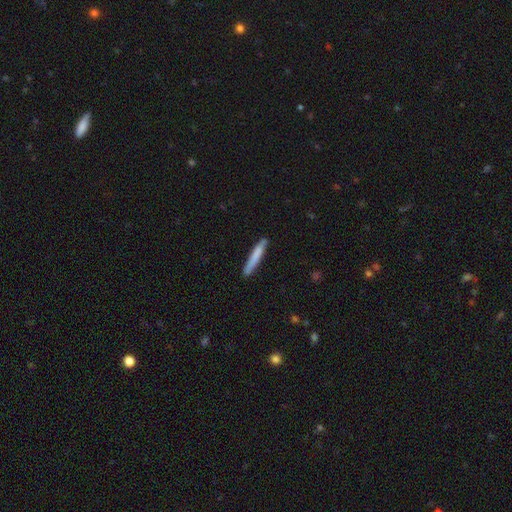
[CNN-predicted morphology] Smooth or featured: smooth — 73% (featured or disk — 21%)
How rounded: cigar-shaped — 95% (in between — 4%)
Merging: none — 84% (minor disturbance — 12%)